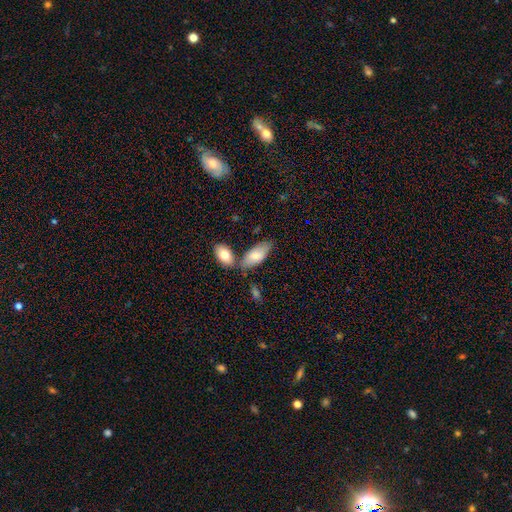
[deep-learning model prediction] This appears to be a smooth galaxy with no disk features (79%) that is in between round and cigar-shaped (88%). Merging: none (58%).